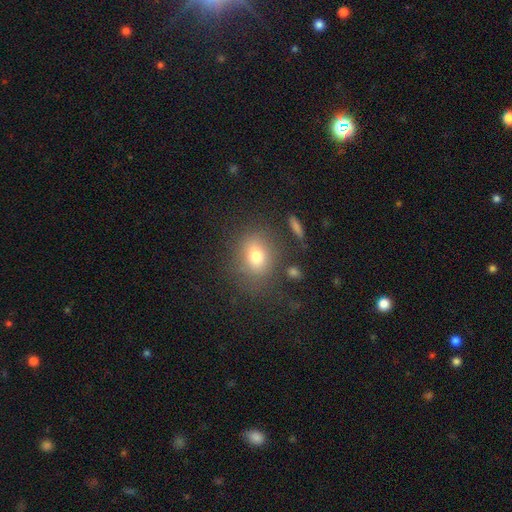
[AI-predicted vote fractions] smooth_or_featured: smooth (p=0.75) [alt: featured or disk p=0.13]
how_rounded: round (p=0.51) [alt: in between p=0.48]
merging: none (p=0.74) [alt: minor disturbance p=0.15]